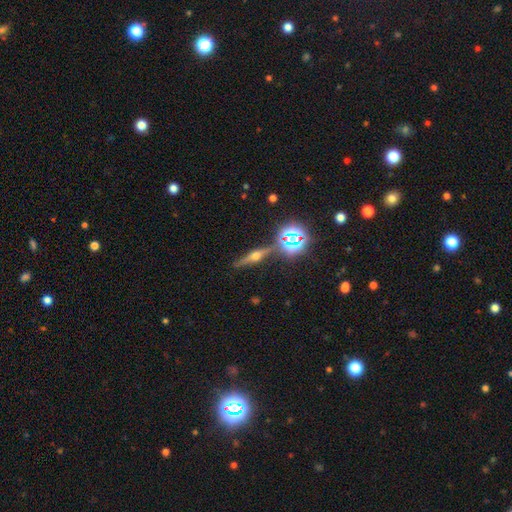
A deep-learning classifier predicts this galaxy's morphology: smooth-or-featured: featured or disk: 65% | star or artifact: 18% | smooth: 17%
  disk-edge-on: yes: 95% | no: 5%
    edge-on-bulge: rounded: 95% | boxy: 3% | none: 2%
  merging: none: 86% | minor disturbance: 8% | merger: 3% | major disturbance: 2%